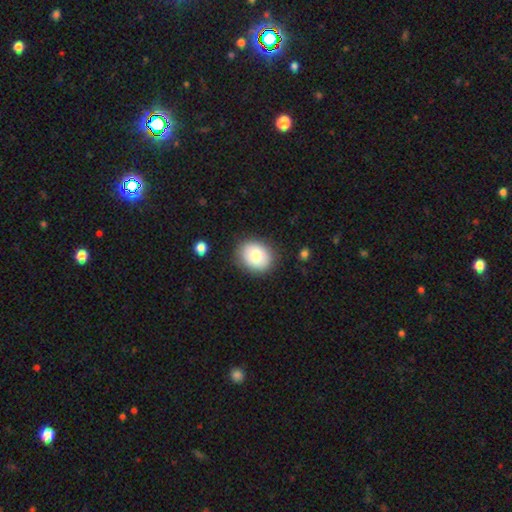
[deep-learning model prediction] Q: Smooth or featured?
A: smooth (78%); runner-up: featured or disk (14%)
Q: How rounded?
A: round (55%); runner-up: in between (44%)
Q: Merging?
A: none (84%); runner-up: minor disturbance (11%)